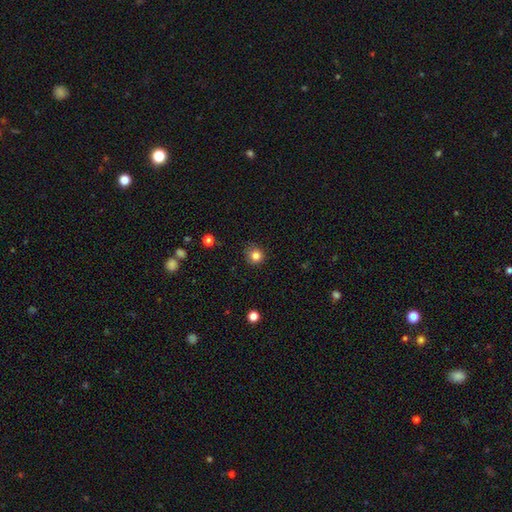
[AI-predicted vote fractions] Smooth or featured?
  - smooth: 82% *
  - star or artifact: 12%
  - featured or disk: 6%
How rounded?
  - round: 91% *
  - in between: 8%
  - cigar-shaped: 1%
Merging?
  - none: 83% *
  - minor disturbance: 13%
  - major disturbance: 3%
  - merger: 1%